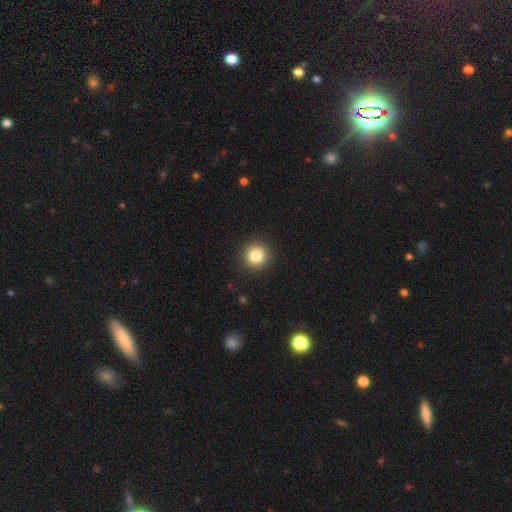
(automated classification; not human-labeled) Smooth or featured? Predicted: smooth (p=0.83). How rounded? Predicted: round (p=0.94). Merging? Predicted: none (p=0.92).